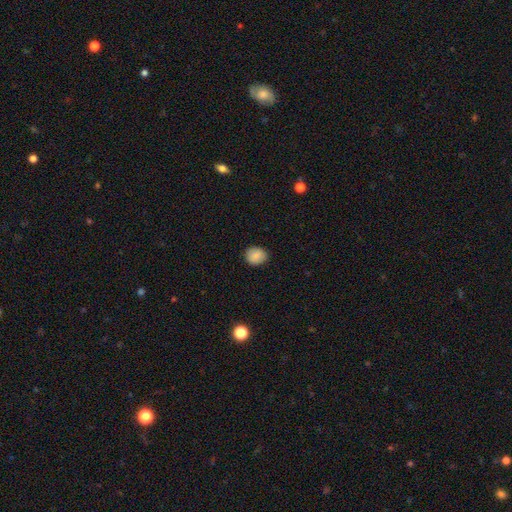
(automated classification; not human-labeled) A smooth galaxy with no disk features (85%) that is round (70%).

Vote fractions:
- Smooth or featured? smooth: 85% / star or artifact: 9% / featured or disk: 6%
- How rounded? round: 70% / in between: 29% / cigar-shaped: 1%
- Merging? none: 83% / minor disturbance: 13% / major disturbance: 2% / merger: 1%